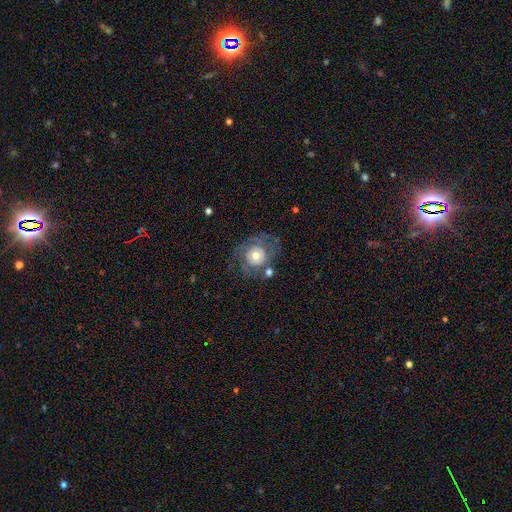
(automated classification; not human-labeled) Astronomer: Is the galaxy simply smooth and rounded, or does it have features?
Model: featured or disk — 48% (runner-up: smooth, 42%).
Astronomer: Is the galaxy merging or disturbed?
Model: none — 59%.